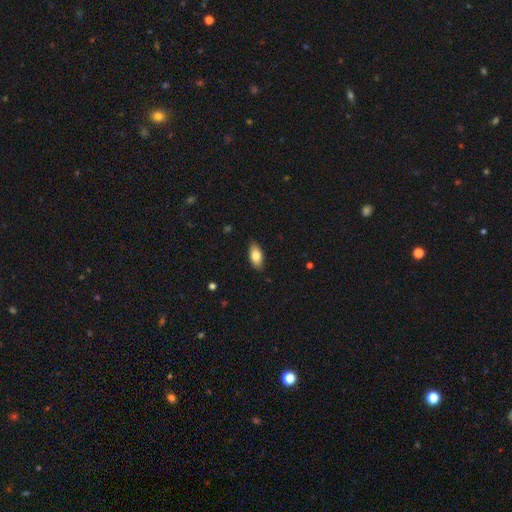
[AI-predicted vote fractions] Overall: smooth (80%). How rounded: in between (89%). Merging: none (86%).